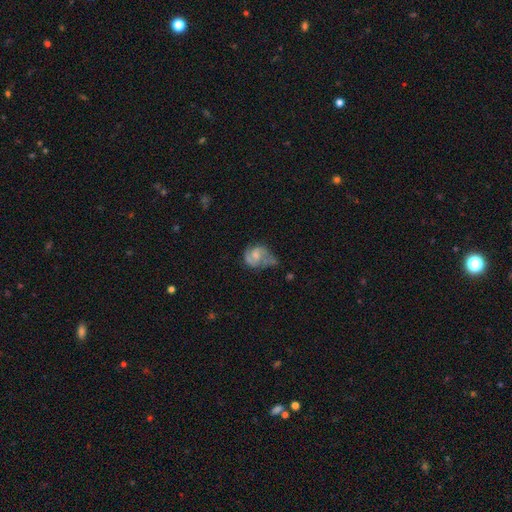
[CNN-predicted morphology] Overall: featured or disk (65%; smooth 27%). Edge-on disk: no (98%). Bar: no (63%; weak 31%). Spiral arms: yes (82%). Spiral arm count: 2 (68%). Spiral winding: medium (46%; tight 31%). Bulge size: moderate (38%; small 30%). Merging: none (32%; major disturbance 30%).